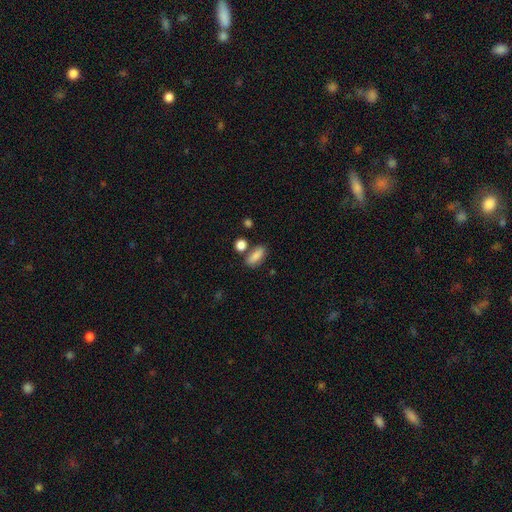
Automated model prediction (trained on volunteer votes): This appears to be a smooth galaxy with no disk features (85%) that is in between round and cigar-shaped (81%). Merging: none (67%).